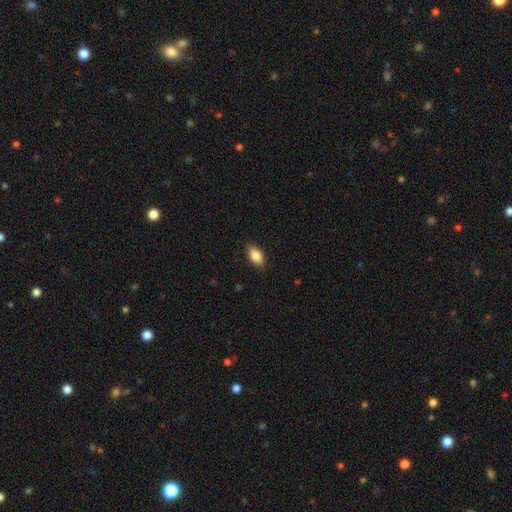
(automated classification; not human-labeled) This appears to be a smooth galaxy with no disk features (86%) that is in between round and cigar-shaped (91%). Merging: none (87%).